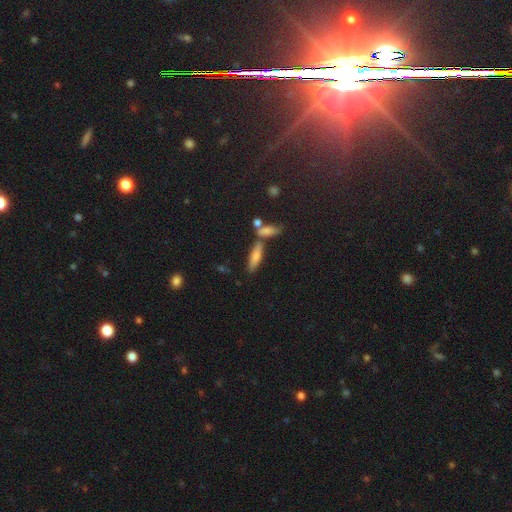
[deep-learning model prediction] smooth-or-featured: smooth: 56% | featured or disk: 28% | star or artifact: 16%
  how-rounded: cigar-shaped: 63% | in between: 33% | round: 4%
  merging: none: 58% | merger: 26% | minor disturbance: 11% | major disturbance: 4%